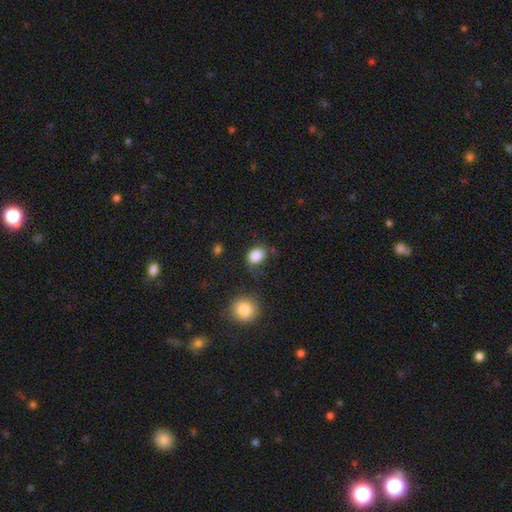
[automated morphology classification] Smooth or featured? Predicted: smooth (p=0.86). How rounded? Predicted: in between (p=0.60). Merging? Predicted: none (p=0.58).